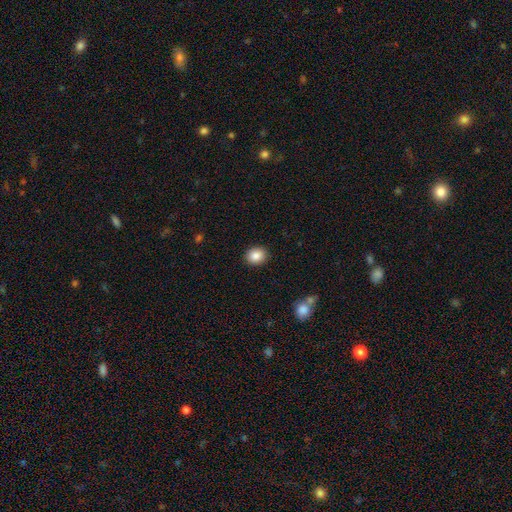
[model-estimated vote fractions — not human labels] Smooth or featured?
  - smooth: 87% *
  - star or artifact: 8%
  - featured or disk: 4%
How rounded?
  - round: 59% *
  - in between: 40%
  - cigar-shaped: 1%
Merging?
  - none: 90% *
  - minor disturbance: 7%
  - major disturbance: 2%
  - merger: 1%